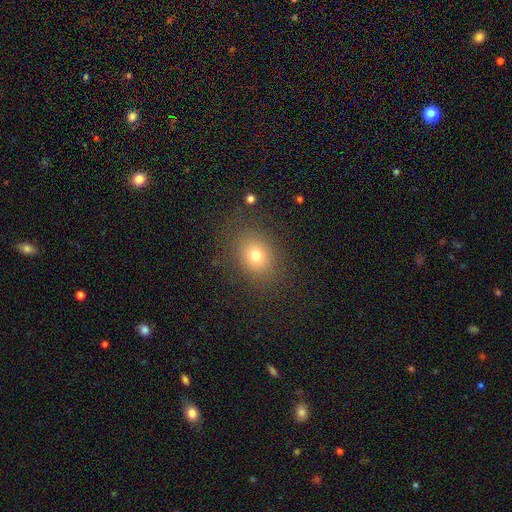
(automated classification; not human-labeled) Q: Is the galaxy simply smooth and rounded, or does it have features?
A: smooth — 74%.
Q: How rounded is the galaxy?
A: round — 52%.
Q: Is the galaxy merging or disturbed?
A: none — 81%.